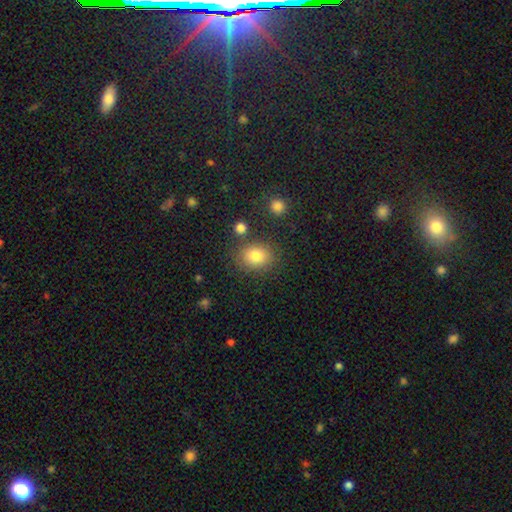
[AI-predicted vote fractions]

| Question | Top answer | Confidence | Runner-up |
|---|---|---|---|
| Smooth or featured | smooth | 80% | star or artifact (11%) |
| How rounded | round | 51% | in between (48%) |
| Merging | none | 78% | minor disturbance (12%) |